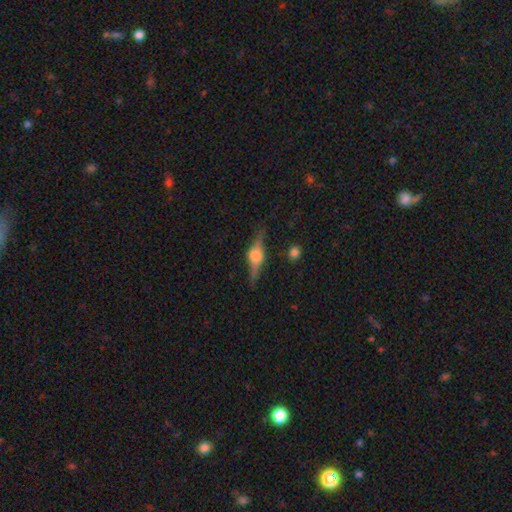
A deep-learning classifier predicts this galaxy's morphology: type=featured or disk (78%); edge-on=yes (97%); edge-on bulge=rounded (91%); merging=none (83%).